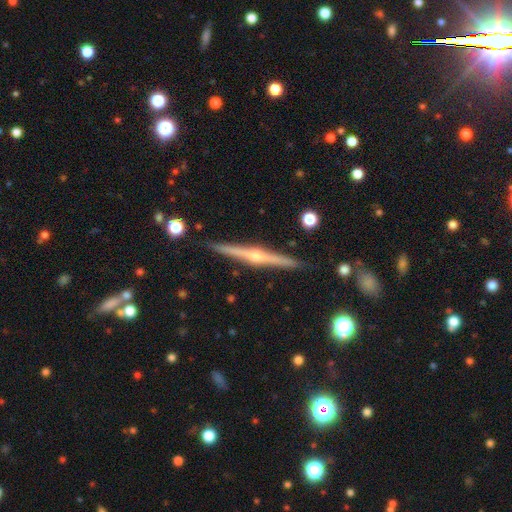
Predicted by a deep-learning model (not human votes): Overall: featured or disk (84%). Edge-on disk: yes (99%). Edge-on bulge: rounded (87%). Merging: none (92%).